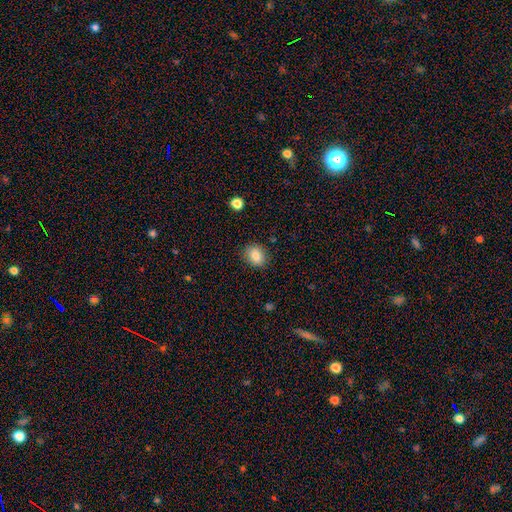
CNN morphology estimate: This appears to be a smooth galaxy with no disk features (85%) that is in between round and cigar-shaped (50%). Merging: none (87%).